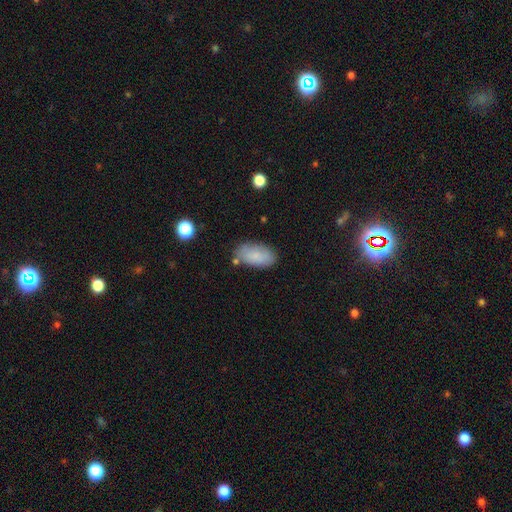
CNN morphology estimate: A smooth galaxy with no disk features (81%) that is in between round and cigar-shaped (94%). Merging: none (76%).